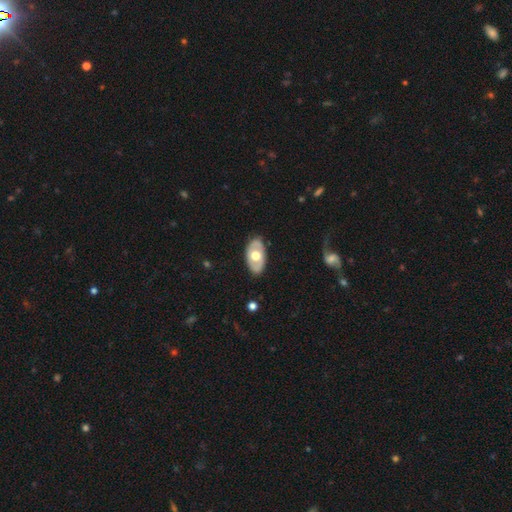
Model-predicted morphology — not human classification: Q: Smooth or featured?
A: featured or disk (48%); runner-up: smooth (47%)
Q: Merging?
A: none (82%); runner-up: minor disturbance (14%)